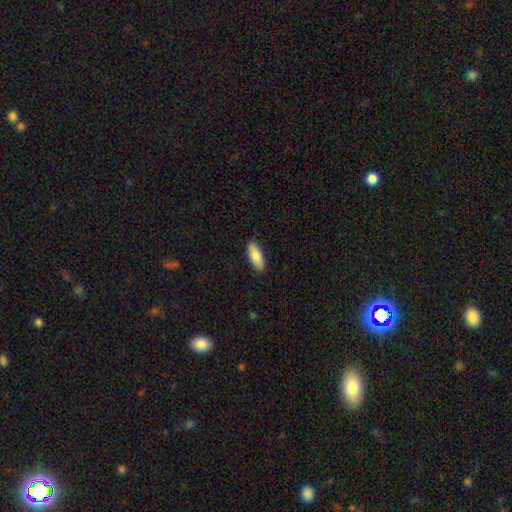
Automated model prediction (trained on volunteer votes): Overall: smooth (82%). How rounded: in between (78%). Merging: none (89%).